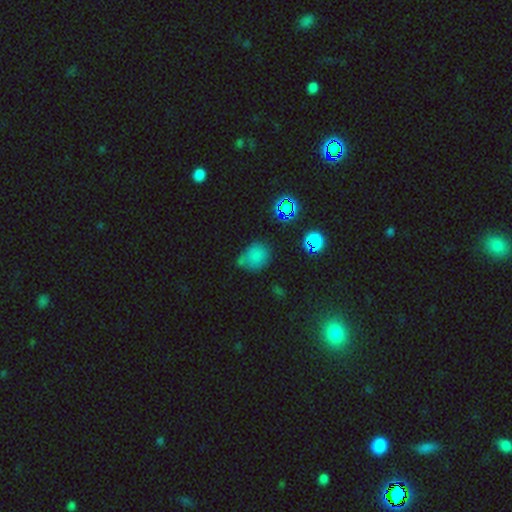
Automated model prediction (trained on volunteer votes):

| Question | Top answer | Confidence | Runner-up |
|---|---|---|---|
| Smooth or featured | smooth | 68% | star or artifact (22%) |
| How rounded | round | 50% | in between (49%) |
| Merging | none | 52% | minor disturbance (27%) |